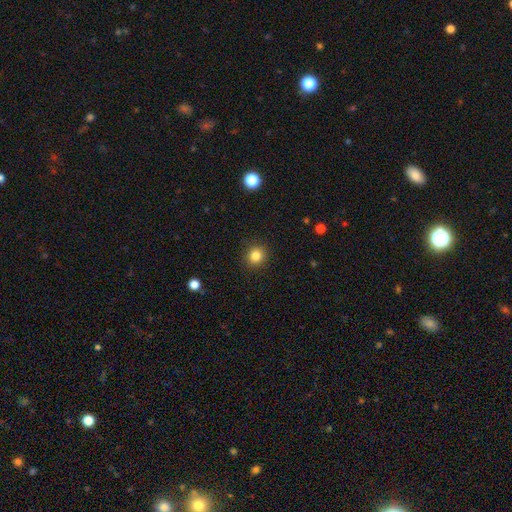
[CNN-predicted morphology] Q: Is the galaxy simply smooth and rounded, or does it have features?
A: smooth — 84%.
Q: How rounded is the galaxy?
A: round — 90%.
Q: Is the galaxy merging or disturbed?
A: none — 91%.